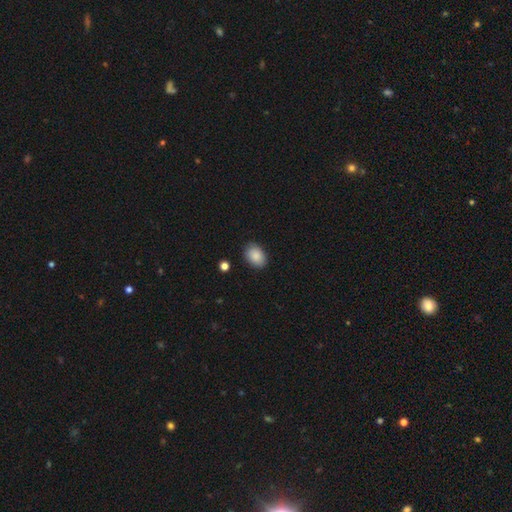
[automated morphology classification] smooth_or_featured: smooth (p=0.89) [alt: star or artifact p=0.07]
how_rounded: in between (p=0.81) [alt: round p=0.18]
merging: none (p=0.86) [alt: minor disturbance p=0.10]